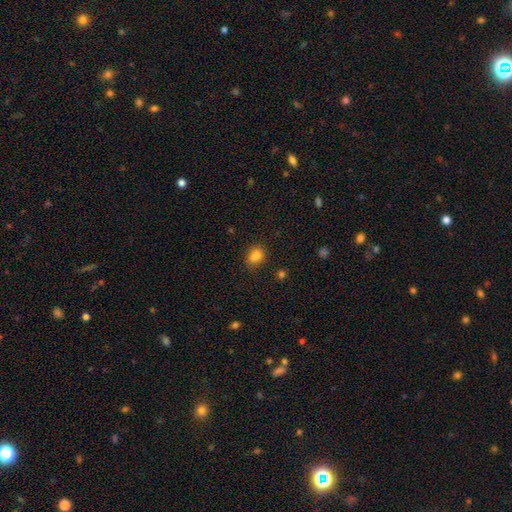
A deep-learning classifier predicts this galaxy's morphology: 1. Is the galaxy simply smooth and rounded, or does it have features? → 82% smooth, 12% star or artifact, 6% featured or disk.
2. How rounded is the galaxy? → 62% in between, 36% round, 1% cigar-shaped.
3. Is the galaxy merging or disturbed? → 66% none, 19% minor disturbance, 10% merger, 5% major disturbance.